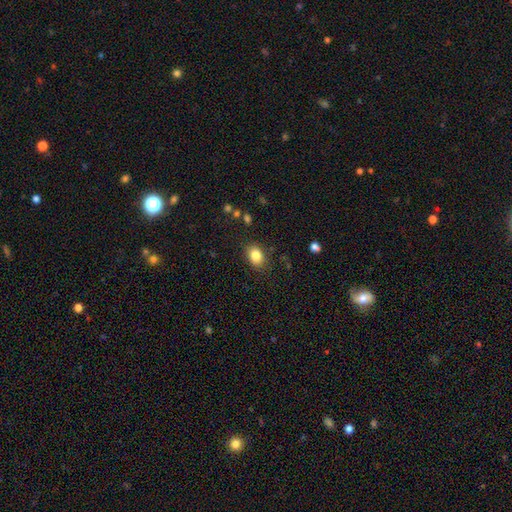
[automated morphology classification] smooth_or_featured: smooth (p=0.84) [alt: star or artifact p=0.09]
how_rounded: in between (p=0.66) [alt: round p=0.33]
merging: none (p=0.84) [alt: minor disturbance p=0.11]